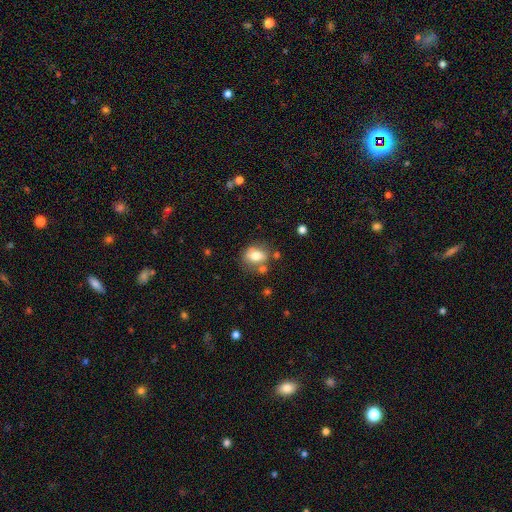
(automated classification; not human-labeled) Morphology: type=smooth (73%); roundness=in between (60%); merging=none (63%).